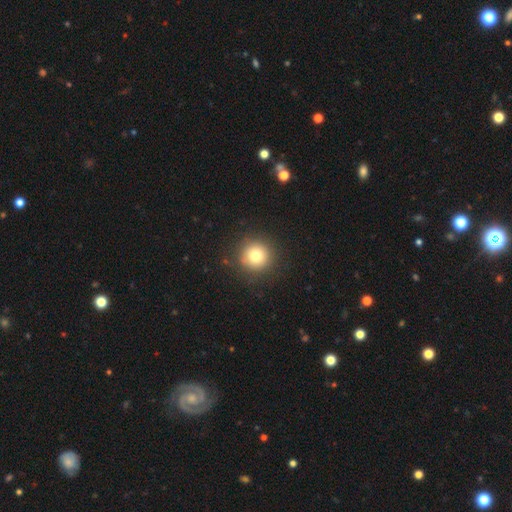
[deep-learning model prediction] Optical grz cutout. It shows a smooth galaxy with no disk features (78%) that is round (95%). Merging: none (88%).